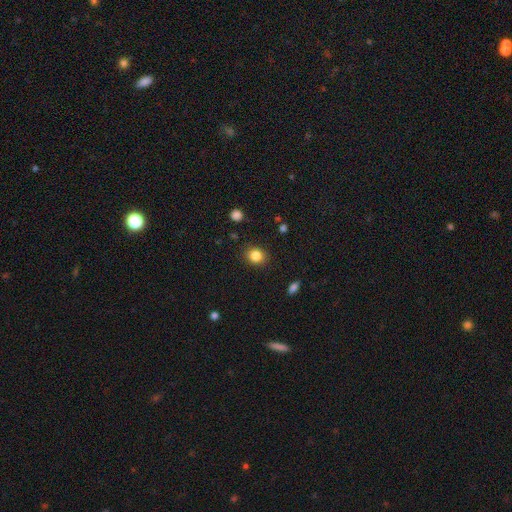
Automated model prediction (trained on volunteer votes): This is clearly a smooth galaxy (84%). How rounded: likely round (72%). Merging: clearly none (88%).